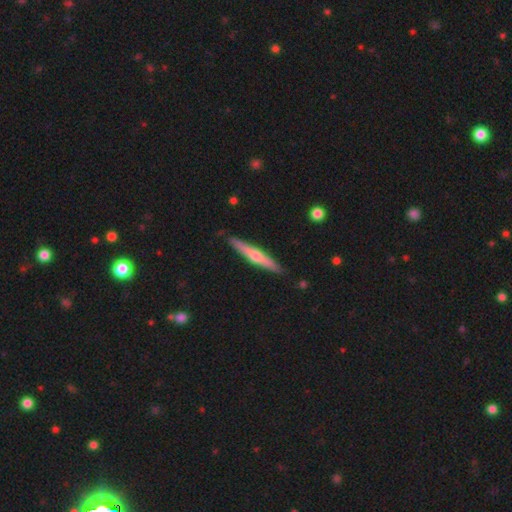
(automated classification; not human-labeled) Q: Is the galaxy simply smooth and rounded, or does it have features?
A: featured or disk — 61%.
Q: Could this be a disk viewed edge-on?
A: yes — 96%.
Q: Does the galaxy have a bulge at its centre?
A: rounded — 85%.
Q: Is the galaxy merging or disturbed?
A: none — 90%.